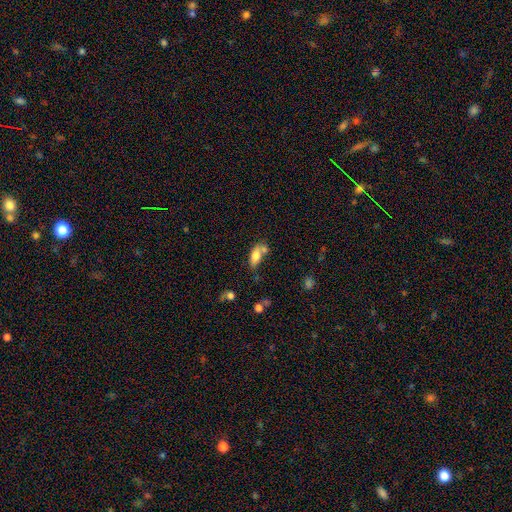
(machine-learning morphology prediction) A smooth galaxy with no disk features (75%) that is in between round and cigar-shaped (83%). Merging: merger (38%, tied with none).